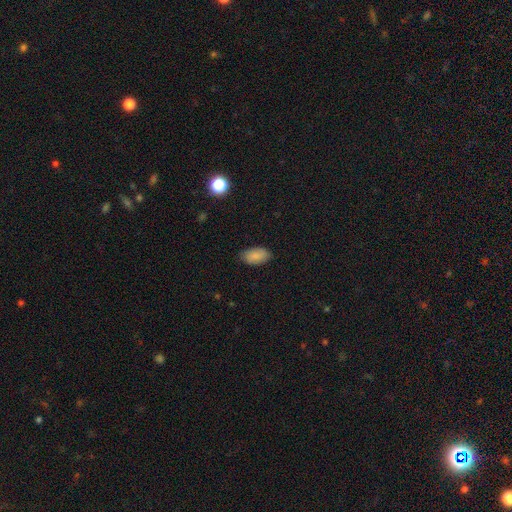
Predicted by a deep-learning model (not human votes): Q: Smooth or featured?
A: smooth (87%); runner-up: star or artifact (7%)
Q: How rounded?
A: in between (94%); runner-up: round (3%)
Q: Merging?
A: none (84%); runner-up: minor disturbance (12%)